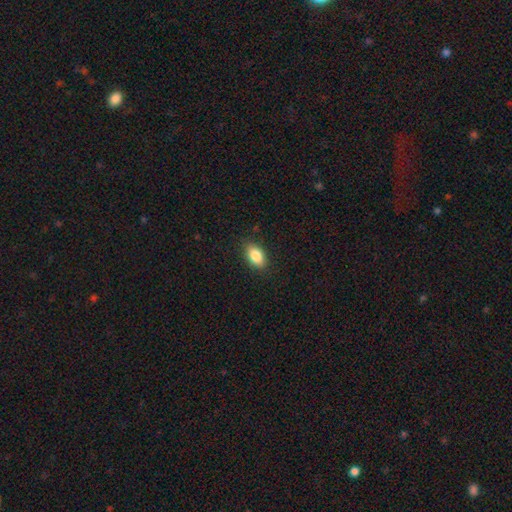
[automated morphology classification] Smooth or featured: smooth — 86% (star or artifact — 8%)
How rounded: in between — 90% (round — 7%)
Merging: none — 87% (minor disturbance — 10%)